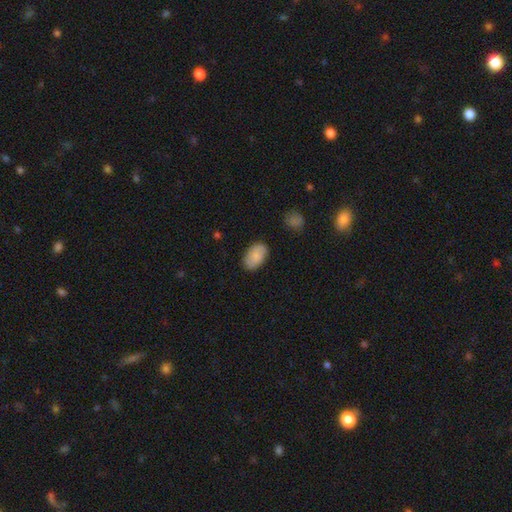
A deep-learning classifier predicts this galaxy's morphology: smooth-or-featured: smooth: 81% | featured or disk: 13% | star or artifact: 7%
  how-rounded: in between: 92% | round: 6% | cigar-shaped: 1%
  merging: none: 83% | minor disturbance: 12% | major disturbance: 3% | merger: 2%